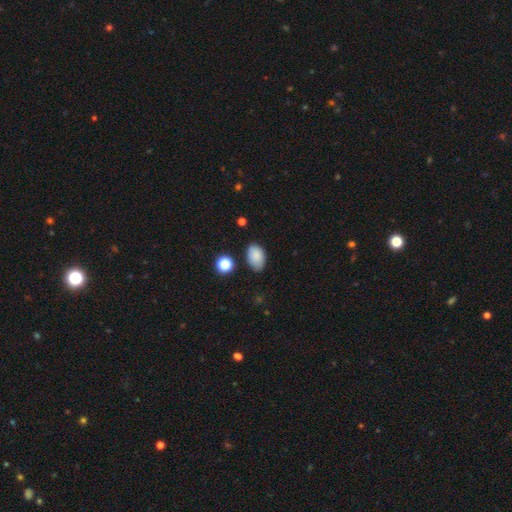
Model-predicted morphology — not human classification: smooth 85%, star or artifact 9%, featured or disk 6%. Down the decision tree: how rounded — in between (90%); merging — none (76%).